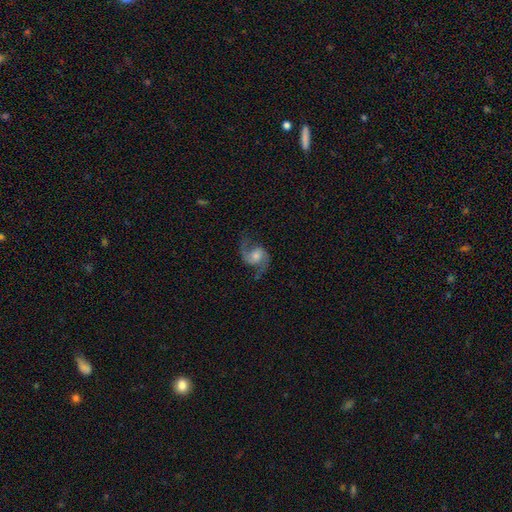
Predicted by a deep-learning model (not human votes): Overall: featured or disk (86%). Edge-on disk: no (98%). Bar: no (58%; weak 34%). Spiral arms: yes (97%). Spiral arm count: 2 (94%). Spiral winding: loose (48%; medium 44%). Bulge size: moderate (51%; small 31%). Merging: none (76%).